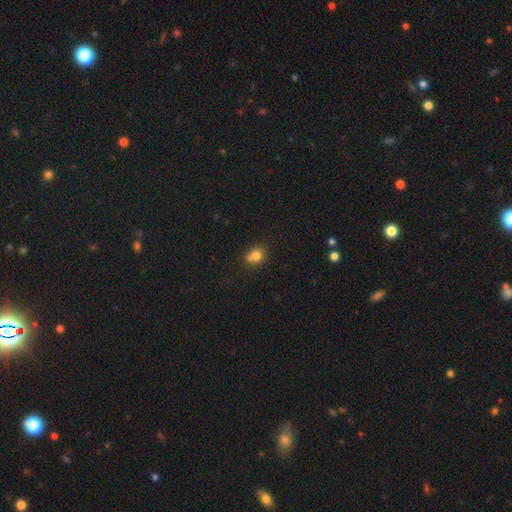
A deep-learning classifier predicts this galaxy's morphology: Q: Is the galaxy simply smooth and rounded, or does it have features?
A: smooth — 76%.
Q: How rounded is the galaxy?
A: round — 71%.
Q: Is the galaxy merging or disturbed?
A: none — 49%.